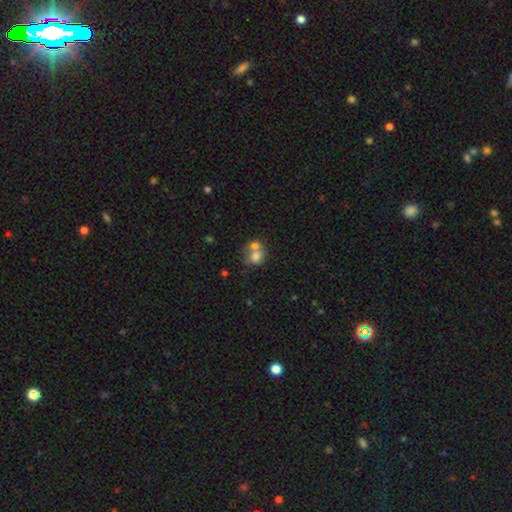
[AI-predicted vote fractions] This is likely a smooth galaxy (72%). How rounded: likely round (62%). Merging: likely merger (65%).